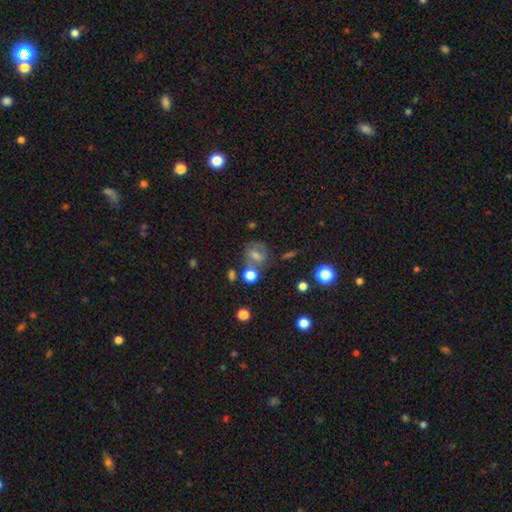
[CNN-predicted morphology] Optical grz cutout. It shows a smooth galaxy with no disk features (52%) that is round (65%). Merging: none (64%).